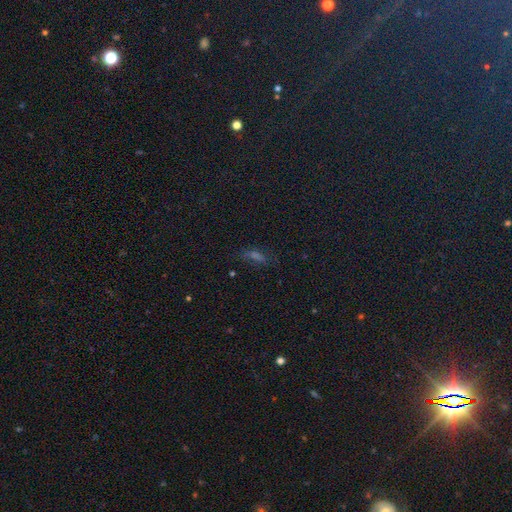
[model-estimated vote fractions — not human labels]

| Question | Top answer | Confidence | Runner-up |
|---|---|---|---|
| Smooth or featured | star or artifact | 42% | smooth (40%) |